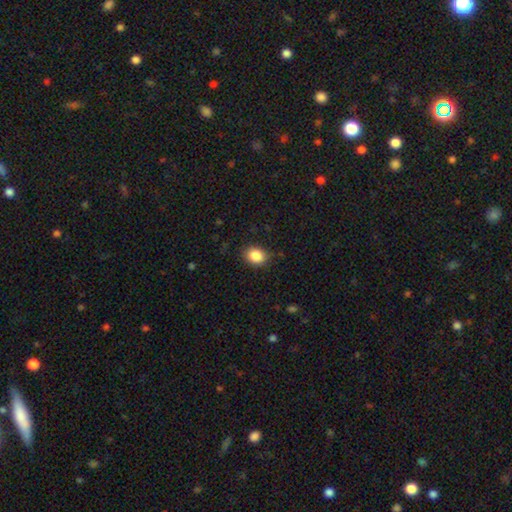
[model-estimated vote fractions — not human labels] A smooth galaxy with no disk features (87%) that is in between round and cigar-shaped (52%).

Vote fractions:
- Smooth or featured? smooth: 87% / star or artifact: 9% / featured or disk: 4%
- How rounded? in between: 52% / round: 47% / cigar-shaped: 1%
- Merging? none: 85% / minor disturbance: 12% / major disturbance: 3% / merger: 1%